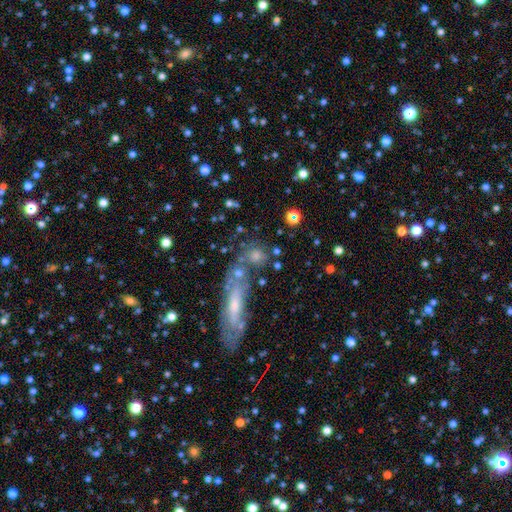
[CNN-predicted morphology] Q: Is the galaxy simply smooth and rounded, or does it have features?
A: smooth — 57%.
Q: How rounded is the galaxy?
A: round — 61%.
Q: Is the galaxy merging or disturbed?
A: none — 64%.